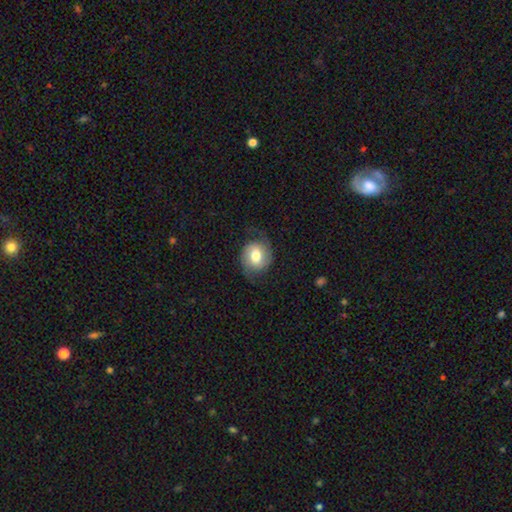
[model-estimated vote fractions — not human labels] A featured or disk galaxy (52%) with no bar (55%), spiral arms (85%) and a moderate central bulge (64%). Merging: none (67%).